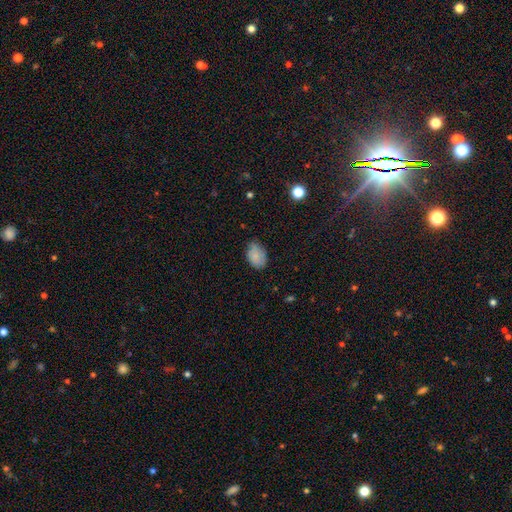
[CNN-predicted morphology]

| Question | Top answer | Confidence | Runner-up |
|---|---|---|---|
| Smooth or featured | smooth | 82% | featured or disk (10%) |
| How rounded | in between | 86% | round (13%) |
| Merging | none | 58% | minor disturbance (34%) |